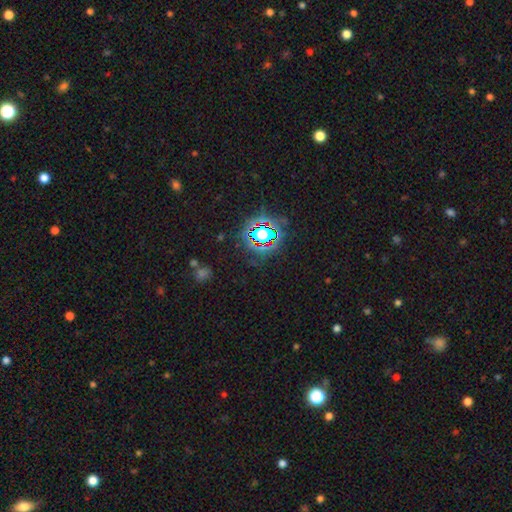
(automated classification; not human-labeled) This appears to be a star or artifact, not a galaxy (78%).